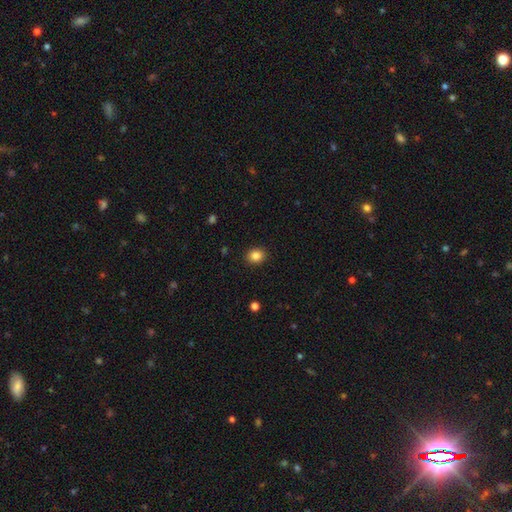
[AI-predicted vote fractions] The model was most divided on "how rounded": round: 64%, in between: 35%, cigar-shaped: 1%. More confident: merging — none (91%); smooth or featured — smooth (85%).